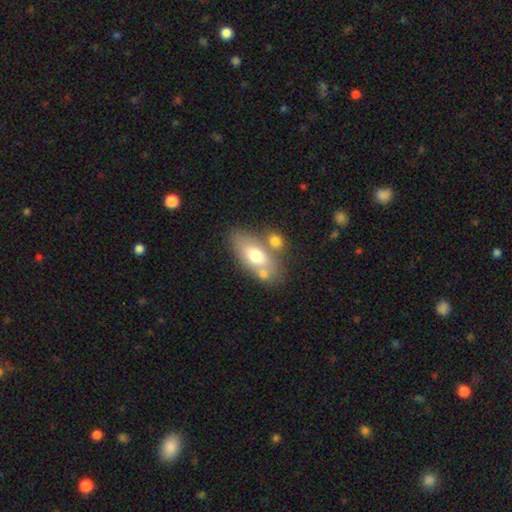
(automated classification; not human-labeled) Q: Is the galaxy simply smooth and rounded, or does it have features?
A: smooth — 66%.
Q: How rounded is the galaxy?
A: in between — 85%.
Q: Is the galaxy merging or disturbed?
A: none — 51%.